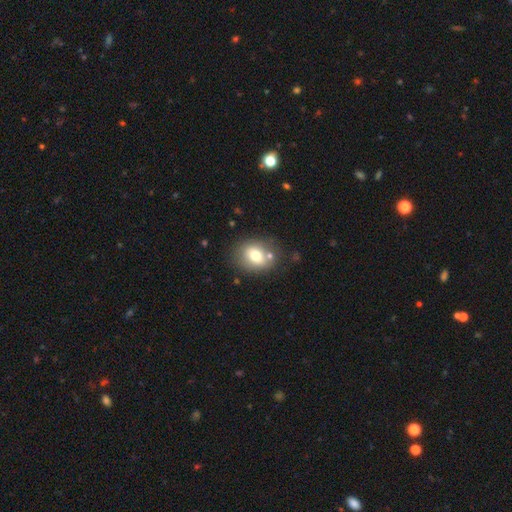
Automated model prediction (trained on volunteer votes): A smooth galaxy with no disk features (70%) that is round (52%). Merging: none (71%).